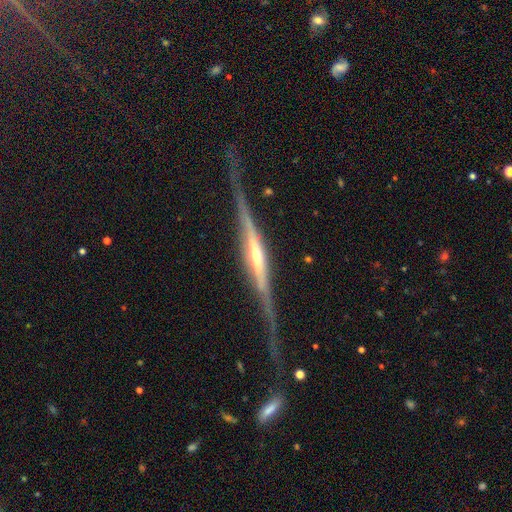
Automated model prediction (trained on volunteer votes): This appears to be a featured or disk galaxy (88%) viewed edge-on (96%) with a rounded central bulge (68%). Merging: none (74%).